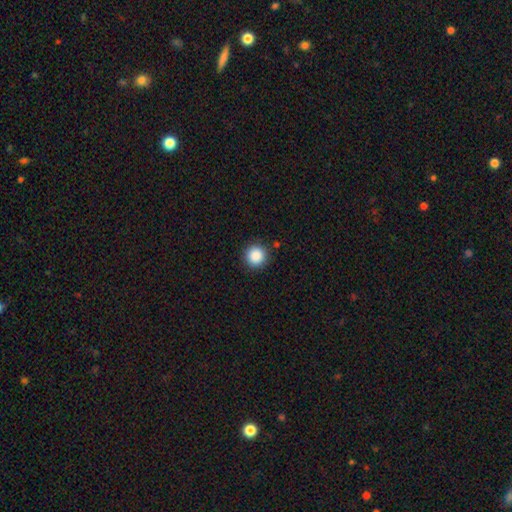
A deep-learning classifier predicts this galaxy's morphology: Smooth or featured? Predicted: smooth (p=0.87). How rounded? Predicted: round (p=0.95). Merging? Predicted: none (p=0.90).